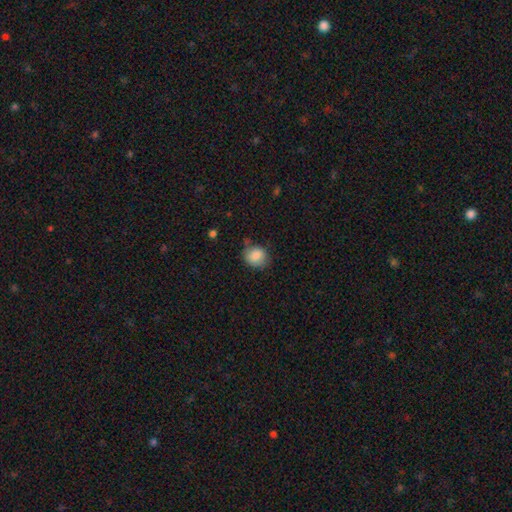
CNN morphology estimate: A smooth galaxy with no disk features (84%) that is round (72%).

Vote fractions:
- Smooth or featured? smooth: 84% / star or artifact: 8% / featured or disk: 7%
- How rounded? round: 72% / in between: 27% / cigar-shaped: 1%
- Merging? none: 69% / minor disturbance: 22% / major disturbance: 5% / merger: 3%